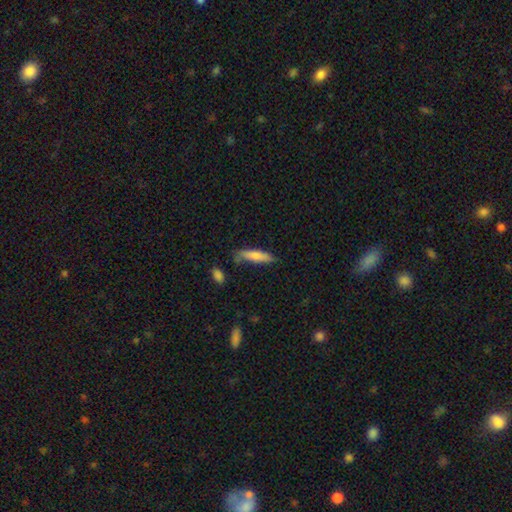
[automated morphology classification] Smooth or featured?
  - smooth: 77% *
  - featured or disk: 17%
  - star or artifact: 6%
How rounded?
  - cigar-shaped: 75% *
  - in between: 23%
  - round: 2%
Merging?
  - none: 71% *
  - minor disturbance: 20%
  - merger: 5%
  - major disturbance: 4%